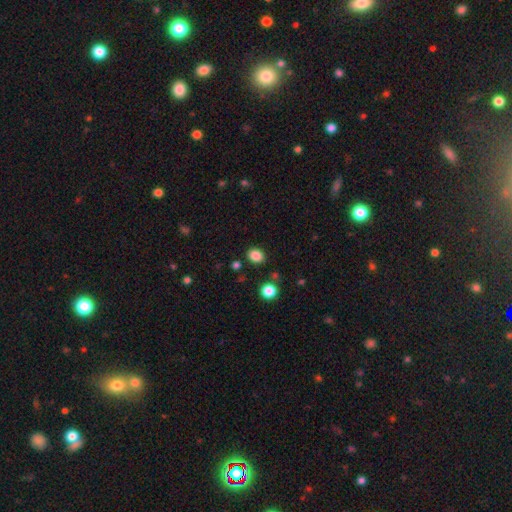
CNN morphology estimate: smooth 85%, star or artifact 11%, featured or disk 4%. Down the decision tree: how rounded — in between (53%); merging — none (86%).